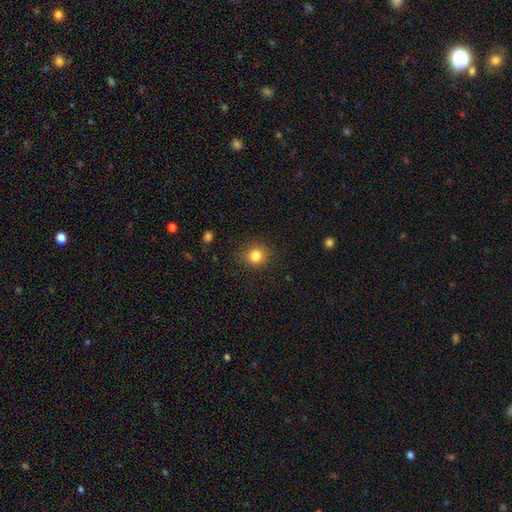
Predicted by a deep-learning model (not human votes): Q: Smooth or featured?
A: smooth (83%); runner-up: star or artifact (11%)
Q: How rounded?
A: round (83%); runner-up: in between (16%)
Q: Merging?
A: none (87%); runner-up: minor disturbance (9%)